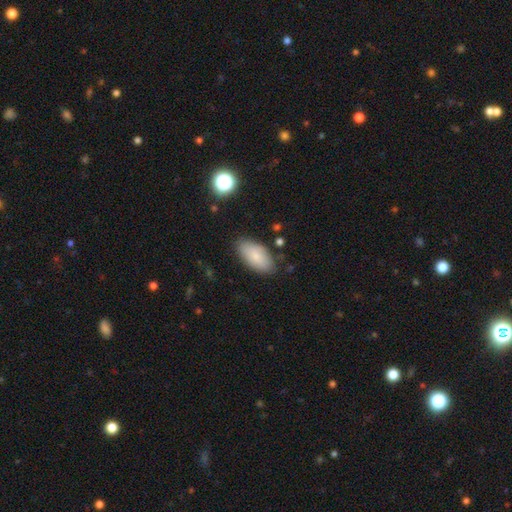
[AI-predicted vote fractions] This appears to be a smooth galaxy with no disk features (83%) that is in between round and cigar-shaped (93%). Merging: none (82%).